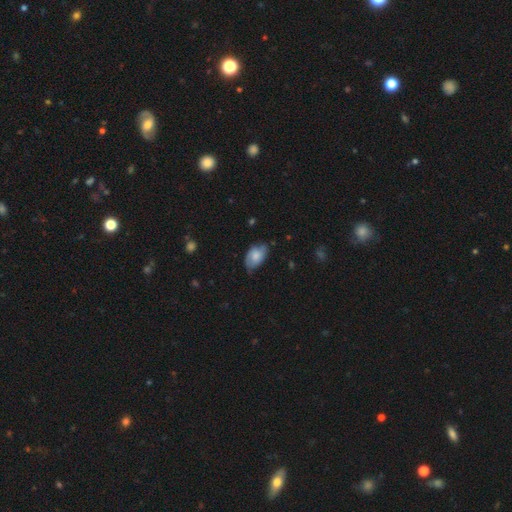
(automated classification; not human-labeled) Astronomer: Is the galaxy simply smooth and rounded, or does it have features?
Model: smooth — 70%.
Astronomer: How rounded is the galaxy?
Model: in between — 89%.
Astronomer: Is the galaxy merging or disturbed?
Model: none — 56% (runner-up: minor disturbance, 35%).